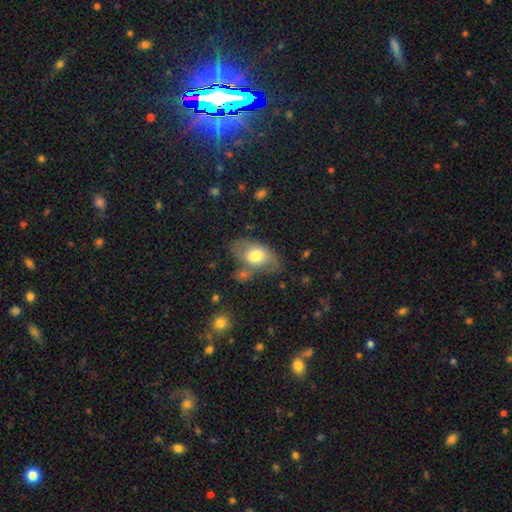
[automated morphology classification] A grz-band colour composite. It shows a smooth galaxy with no disk features (65%) that is in between round and cigar-shaped (88%). Merging: none (40%).